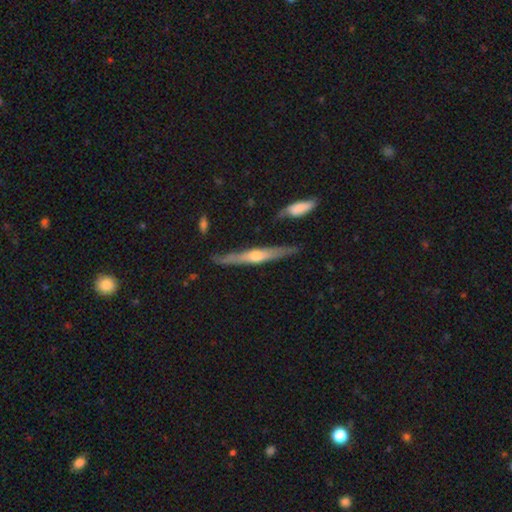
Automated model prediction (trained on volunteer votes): This is likely a featured or disk galaxy (68%). It is clearly viewed edge-on (94%). Edge-on bulge: clearly rounded (82%). Merging: likely none (78%).